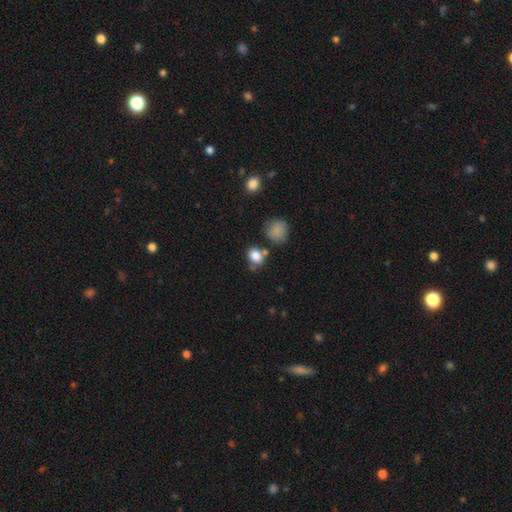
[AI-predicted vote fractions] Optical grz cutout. It shows a smooth galaxy with no disk features (83%) that is round (57%). Merging: none (59%).